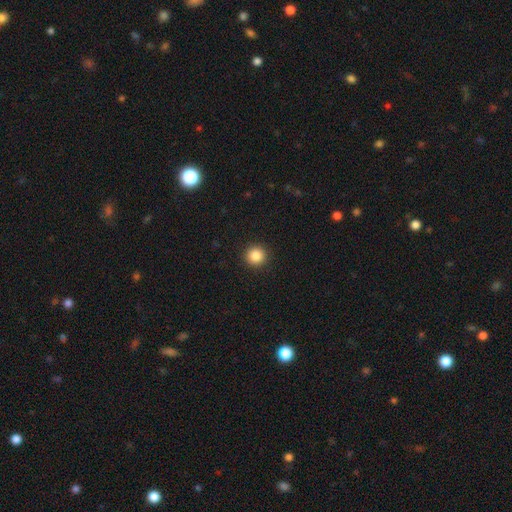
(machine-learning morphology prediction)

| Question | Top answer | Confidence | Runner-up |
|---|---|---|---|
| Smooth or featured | smooth | 86% | star or artifact (10%) |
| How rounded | round | 95% | in between (4%) |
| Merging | none | 93% | minor disturbance (5%) |